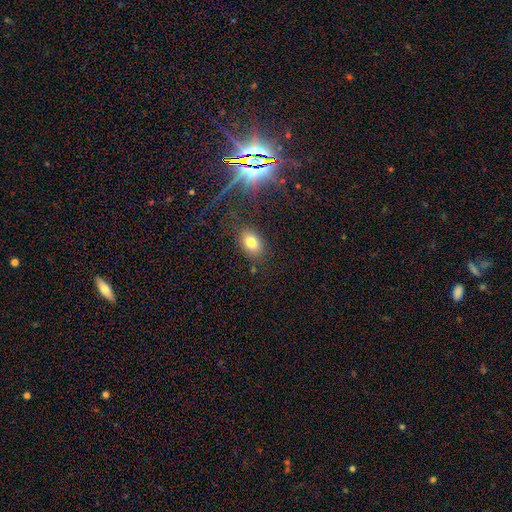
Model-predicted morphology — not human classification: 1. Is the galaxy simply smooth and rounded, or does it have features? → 46% smooth, 41% star or artifact, 13% featured or disk.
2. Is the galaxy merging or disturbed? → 83% none, 10% minor disturbance, 4% major disturbance, 2% merger.